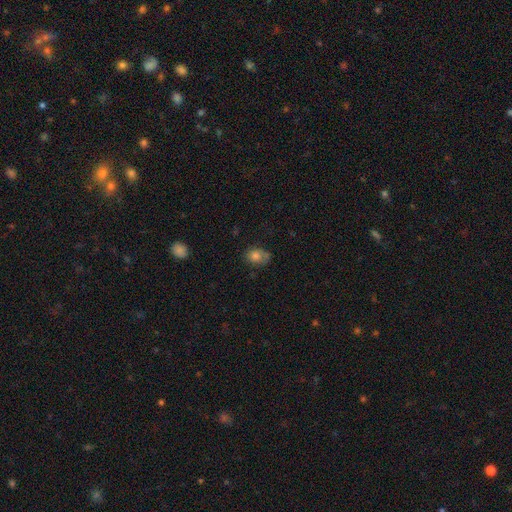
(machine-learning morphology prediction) type=smooth (74%); roundness=in between (68%); merging=none (57%).